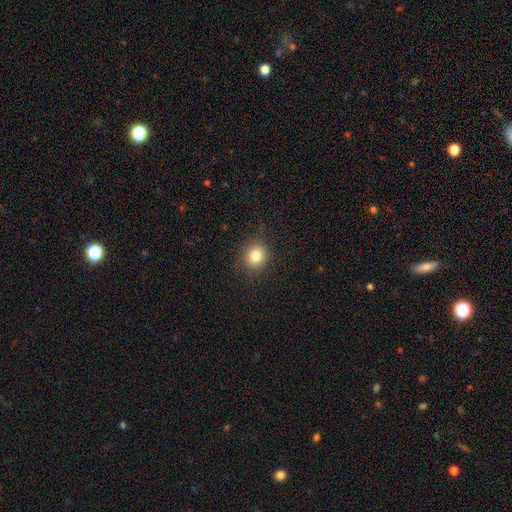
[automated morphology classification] Smooth or featured?
  - smooth: 81% *
  - star or artifact: 12%
  - featured or disk: 7%
How rounded?
  - round: 84% *
  - in between: 15%
  - cigar-shaped: 1%
Merging?
  - none: 88% *
  - minor disturbance: 8%
  - major disturbance: 3%
  - merger: 1%